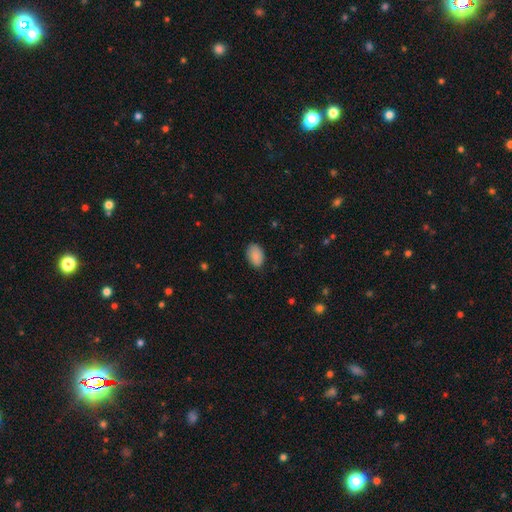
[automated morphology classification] Overall: smooth (87%). How rounded: in between (89%). Merging: none (81%).